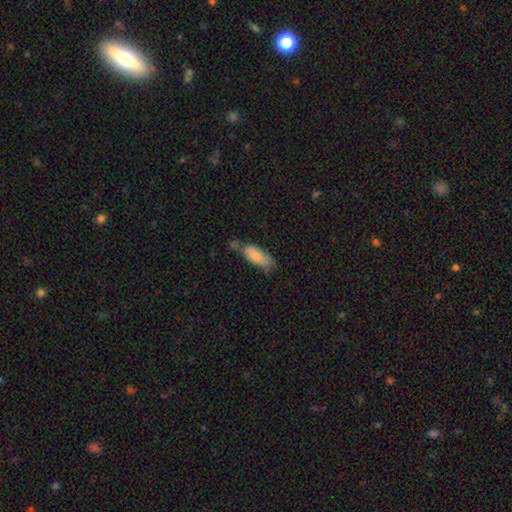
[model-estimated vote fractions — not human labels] smooth 81%, featured or disk 12%, star or artifact 6%. Down the decision tree: how rounded — in between (72%); merging — none (46%).